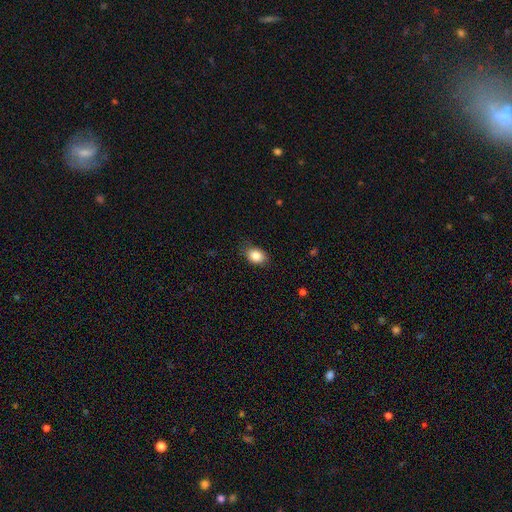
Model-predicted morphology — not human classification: This is clearly a smooth galaxy (86%). How rounded: likely in between (72%). Merging: clearly none (81%).